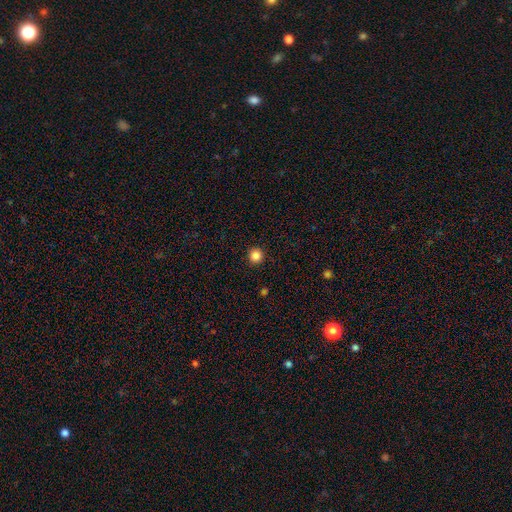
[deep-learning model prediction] The model was most divided on "smooth or featured": smooth: 86%, star or artifact: 11%, featured or disk: 3%. More confident: how rounded — round (96%); merging — none (93%).